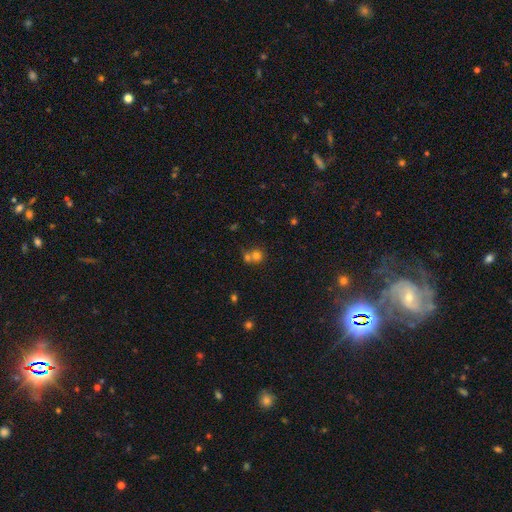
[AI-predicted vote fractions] Q: Smooth or featured?
A: smooth (71%); runner-up: star or artifact (16%)
Q: How rounded?
A: round (83%); runner-up: in between (16%)
Q: Merging?
A: merger (48%); runner-up: none (42%)